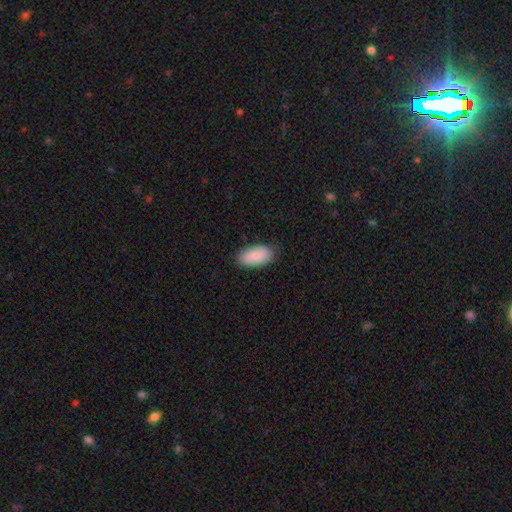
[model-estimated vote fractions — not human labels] Smooth or featured: smooth — 84% (featured or disk — 10%)
How rounded: in between — 95% (round — 3%)
Merging: none — 82% (minor disturbance — 14%)